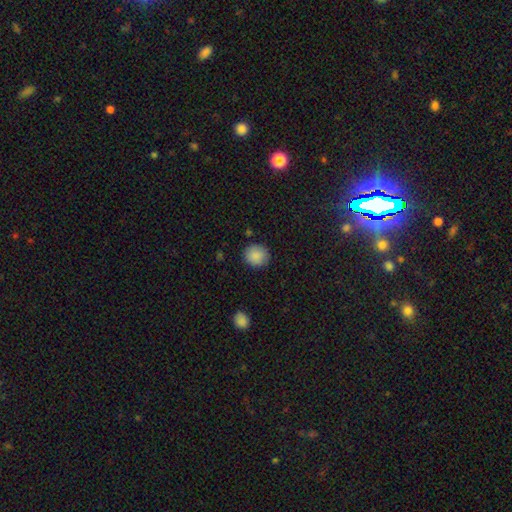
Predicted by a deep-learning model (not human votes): A smooth galaxy with no disk features (87%) that is round (88%). Merging: none (88%).